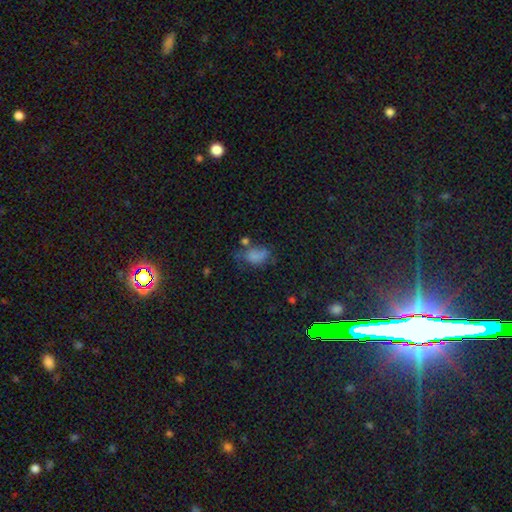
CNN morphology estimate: Smooth or featured? Predicted: smooth (p=0.70). How rounded? Predicted: in between (p=0.82). Merging? Predicted: none (p=0.33).